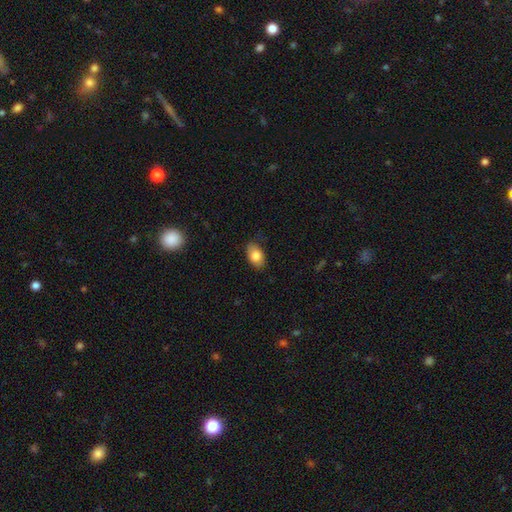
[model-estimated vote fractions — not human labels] A smooth galaxy with no disk features (82%) that is in between round and cigar-shaped (88%). Merging: none (79%).